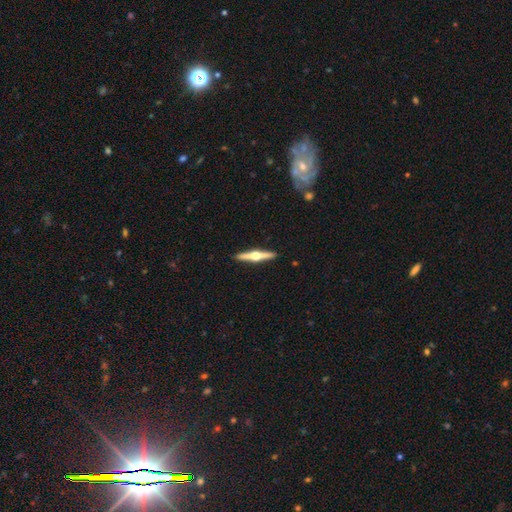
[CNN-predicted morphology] type=featured or disk (76%); edge-on=yes (98%); edge-on bulge=rounded (96%); merging=none (92%).